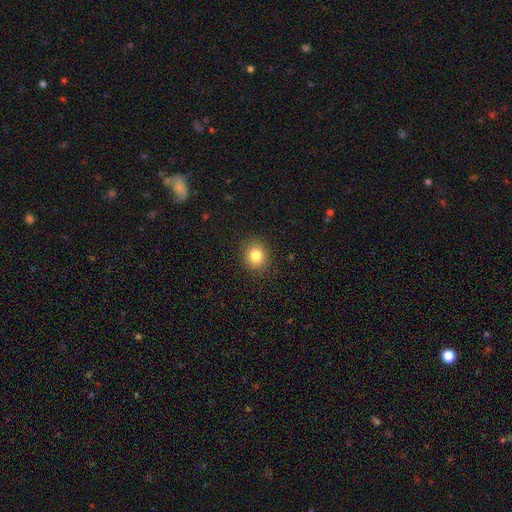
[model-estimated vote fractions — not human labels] Morphology: type=smooth (83%); roundness=round (79%); merging=none (90%).